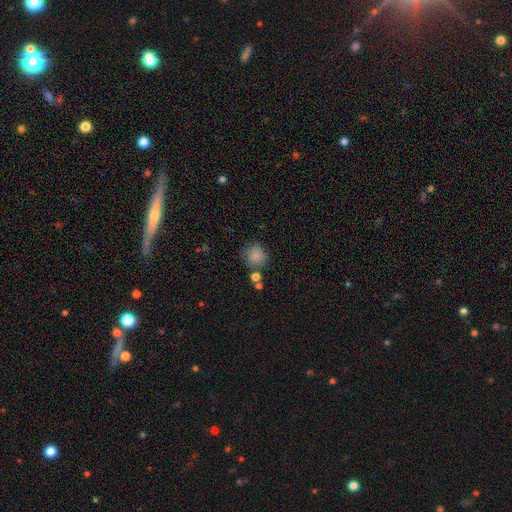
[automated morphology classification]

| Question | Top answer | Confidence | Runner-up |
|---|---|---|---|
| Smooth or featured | smooth | 84% | star or artifact (11%) |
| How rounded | round | 88% | in between (11%) |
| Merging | none | 75% | minor disturbance (12%) |